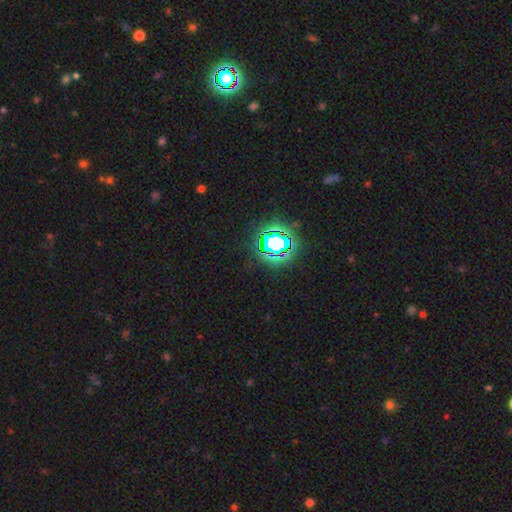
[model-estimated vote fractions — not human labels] Morphology: type=star or artifact (81%).